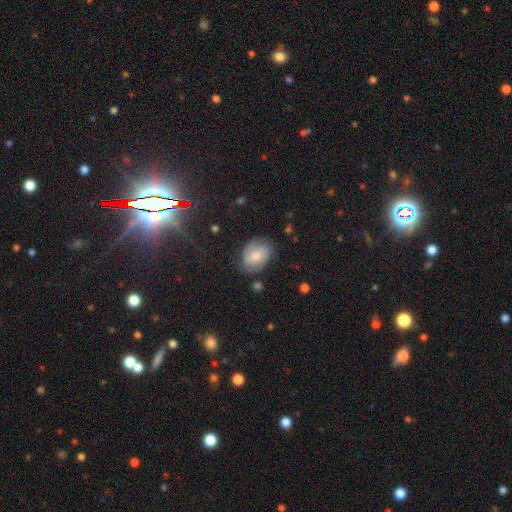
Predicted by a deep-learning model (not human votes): A smooth galaxy with no disk features (52%) that is in between round and cigar-shaped (72%). Merging: none (69%).